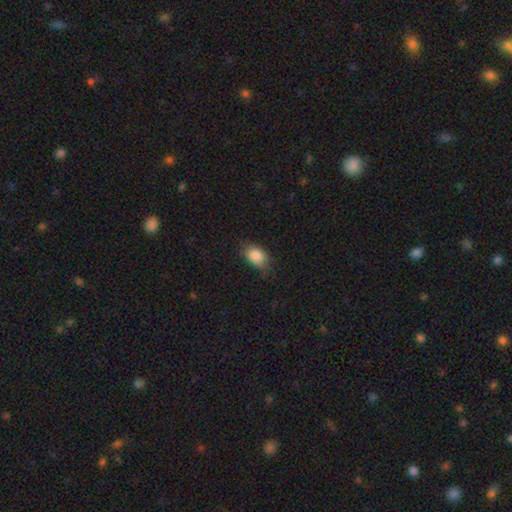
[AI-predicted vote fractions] The model was most divided on "merging": none: 71%, minor disturbance: 23%, major disturbance: 5%, merger: 1%. More confident: smooth or featured — smooth (86%); how rounded — in between (80%).